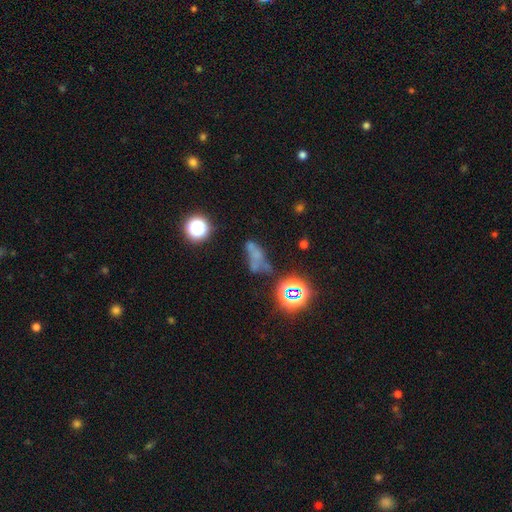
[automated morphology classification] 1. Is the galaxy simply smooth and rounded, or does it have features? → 39% smooth, 32% star or artifact, 28% featured or disk.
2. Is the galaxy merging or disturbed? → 33% none, 28% merger, 21% major disturbance, 18% minor disturbance.